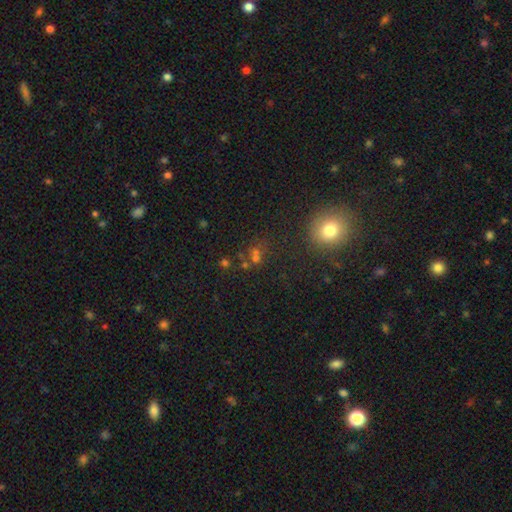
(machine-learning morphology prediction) type=smooth (47%); merging=none (61%).